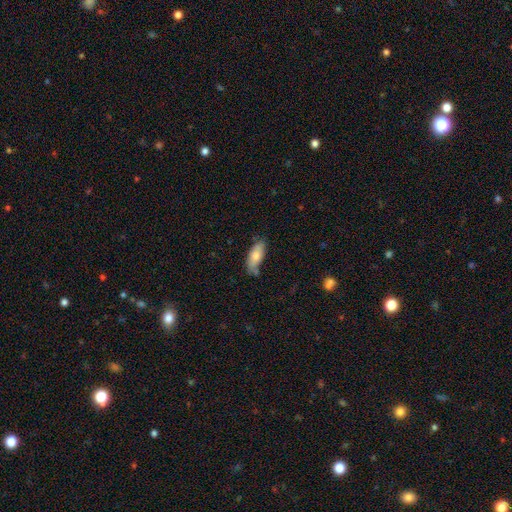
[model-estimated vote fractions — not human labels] smooth 74%, featured or disk 20%, star or artifact 6%. Down the decision tree: how rounded — in between (78%); merging — none (60%).